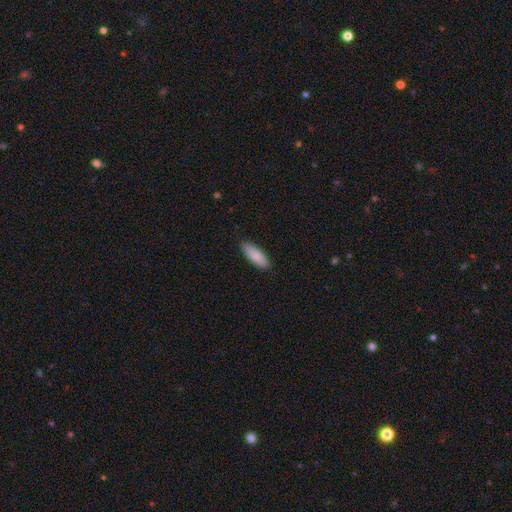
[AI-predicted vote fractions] Smooth or featured? Predicted: smooth (p=0.87). How rounded? Predicted: in between (p=0.65). Merging? Predicted: none (p=0.87).